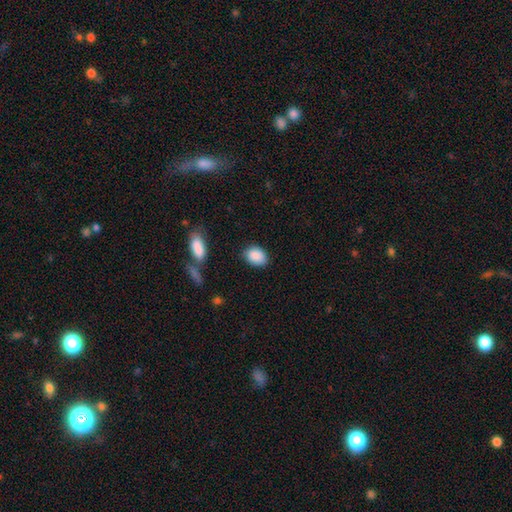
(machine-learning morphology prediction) Overall: smooth (89%). How rounded: in between (70%). Merging: none (79%).